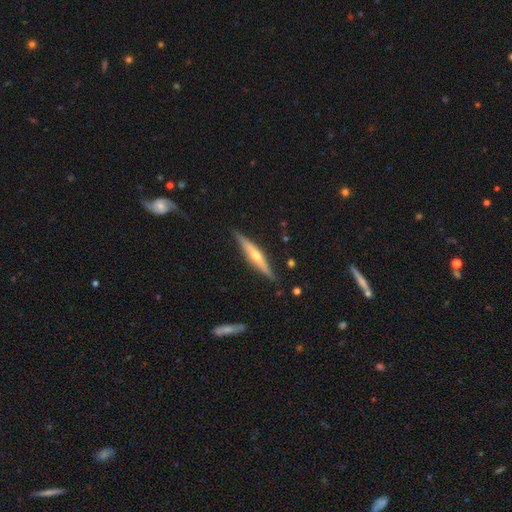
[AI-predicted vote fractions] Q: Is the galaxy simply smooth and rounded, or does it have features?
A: featured or disk — 68%.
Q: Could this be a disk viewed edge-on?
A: yes — 96%.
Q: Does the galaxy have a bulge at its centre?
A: rounded — 85%.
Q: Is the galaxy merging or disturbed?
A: none — 86%.